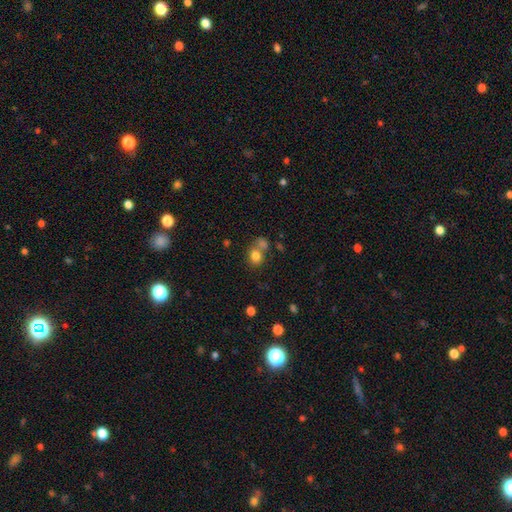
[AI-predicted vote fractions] smooth 79%, star or artifact 12%, featured or disk 9%. Down the decision tree: how rounded — round (64%); merging — none (48%).